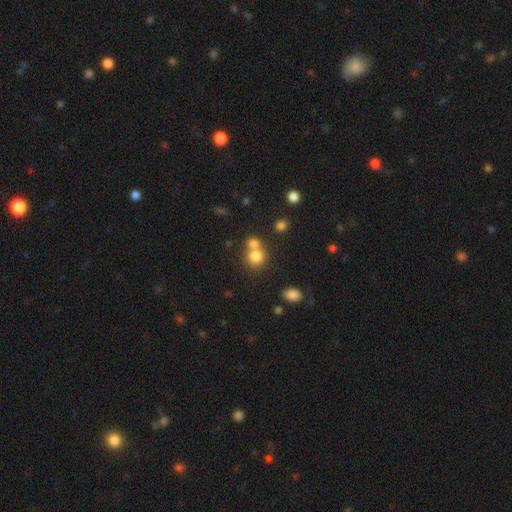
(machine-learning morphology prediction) A smooth galaxy with no disk features (78%) that is round (85%). Merging: none (48%).